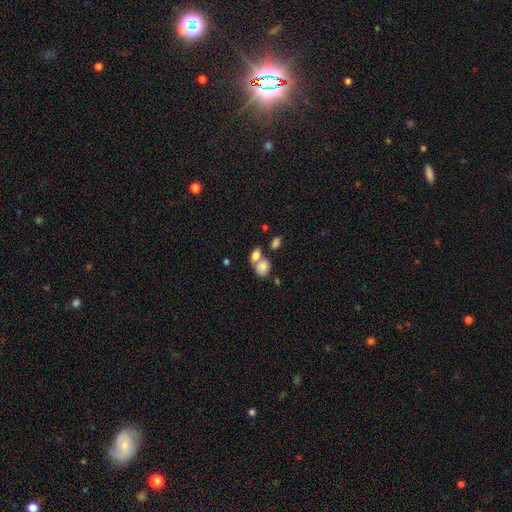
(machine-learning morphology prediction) Smooth or featured: smooth — 79% (featured or disk — 12%)
How rounded: in between — 73% (round — 25%)
Merging: merger — 56% (none — 31%)